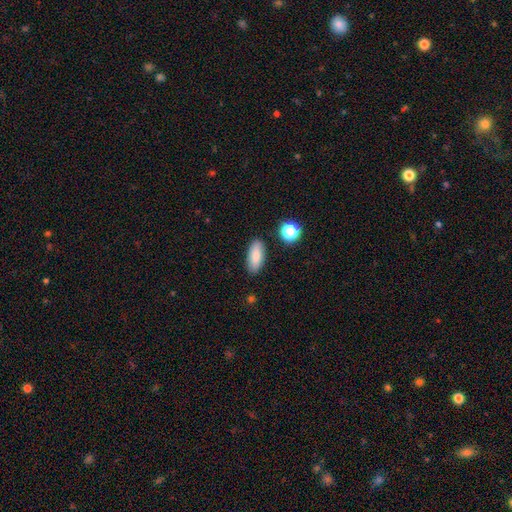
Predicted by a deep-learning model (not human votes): smooth 84%, star or artifact 8%, featured or disk 8%. Down the decision tree: how rounded — in between (82%); merging — none (87%).